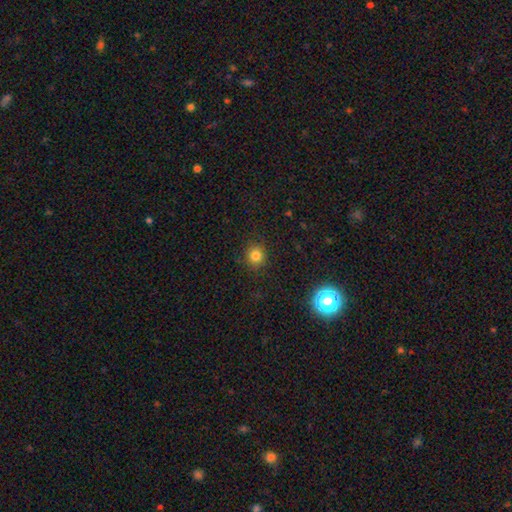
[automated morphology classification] Smooth or featured? Predicted: smooth (p=0.80). How rounded? Predicted: round (p=0.88). Merging? Predicted: none (p=0.89).